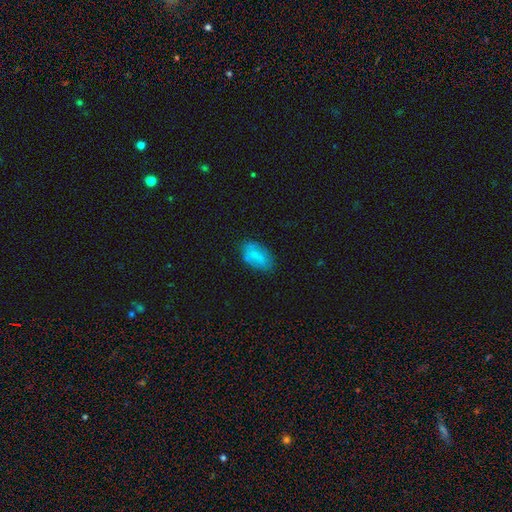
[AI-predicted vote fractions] Morphology: type=smooth (72%); roundness=in between (92%); merging=none (72%).